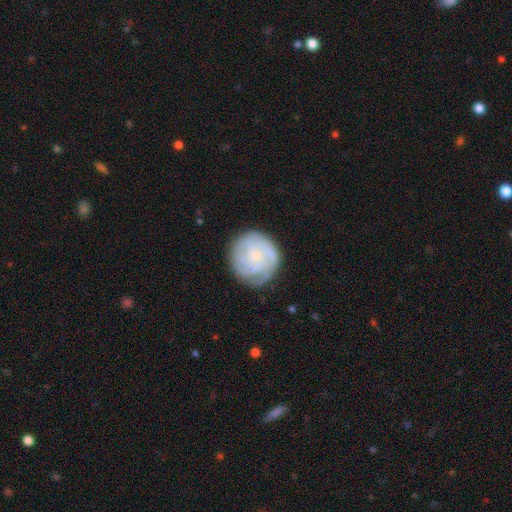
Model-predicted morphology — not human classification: smooth-or-featured: featured or disk: 76% | smooth: 18% | star or artifact: 6%
  disk-edge-on: no: 98% | yes: 2%
    bar: no: 69% | weak: 27% | strong: 4%
    has-spiral-arms: yes: 95% | no: 5%
      spiral-winding: tight: 73% | medium: 23% | loose: 5%
      spiral-arm-count: 3: 30% (tied) | can't tell: 30% (tied) | 2: 16% | 4: 12% | 1: 6% | more than 4: 6%
    bulge-size: small: 61% | moderate: 19% | none: 17% | large: 2% | dominant: 1%
  merging: none: 78% | minor disturbance: 16% | major disturbance: 5% | merger: 1%